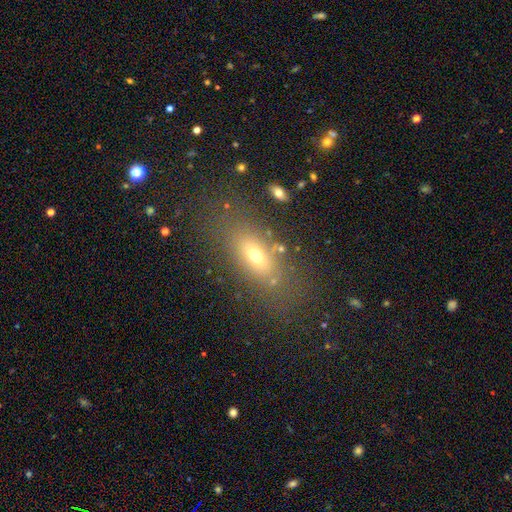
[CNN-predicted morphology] This appears to be a smooth galaxy with no disk features (63%) that is in between round and cigar-shaped (73%). Merging: none (73%).